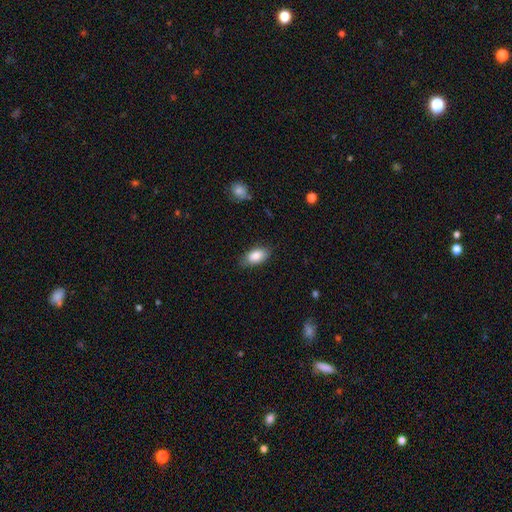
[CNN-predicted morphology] type=smooth (86%); roundness=in between (91%); merging=none (81%).